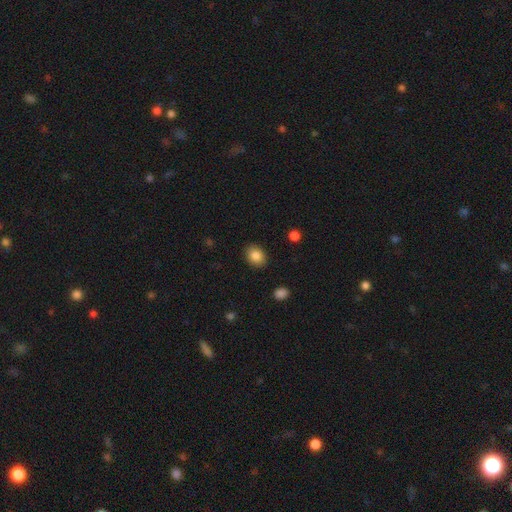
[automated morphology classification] smooth-or-featured: smooth: 86% | star or artifact: 8% | featured or disk: 6%
  how-rounded: in between: 61% | round: 39% | cigar-shaped: 1%
  merging: none: 88% | minor disturbance: 8% | major disturbance: 2% | merger: 1%